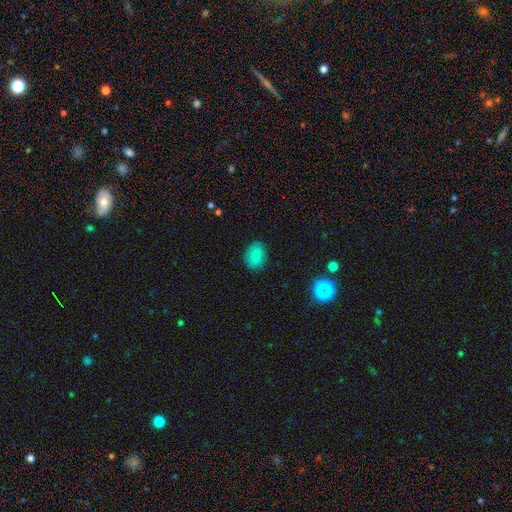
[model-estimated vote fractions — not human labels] Morphology: type=smooth (83%); roundness=in between (75%); merging=none (85%).